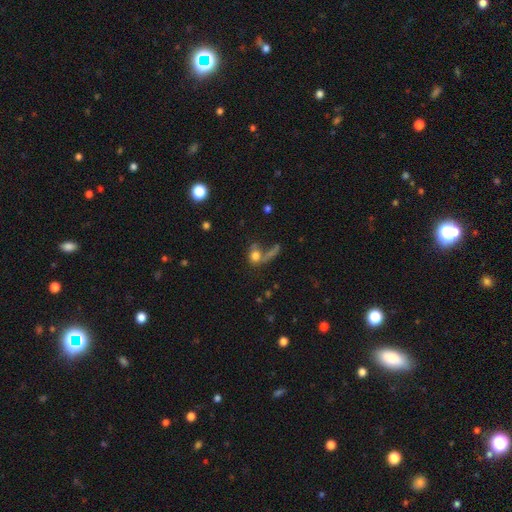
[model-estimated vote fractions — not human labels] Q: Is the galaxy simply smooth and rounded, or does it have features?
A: smooth — 71%.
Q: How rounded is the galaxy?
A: round — 48%.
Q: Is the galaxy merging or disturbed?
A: none — 37%.